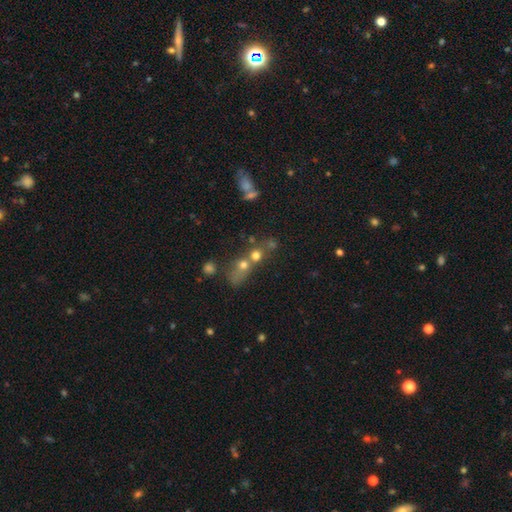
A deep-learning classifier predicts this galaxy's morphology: type=smooth (59%); roundness=round (75%); merging=merger (57%).